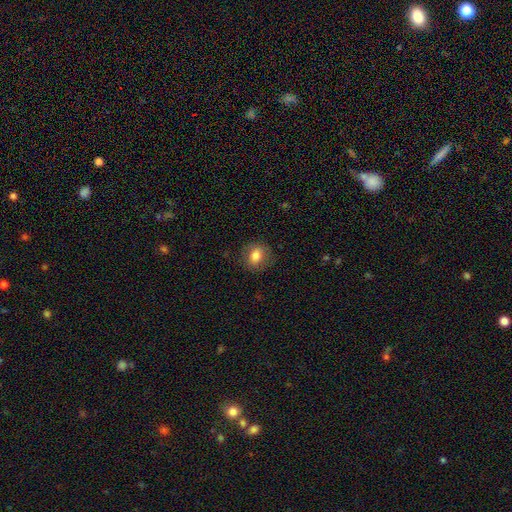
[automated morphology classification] This is likely a smooth galaxy (77%). How rounded: likely round (64%). Merging: clearly none (82%).